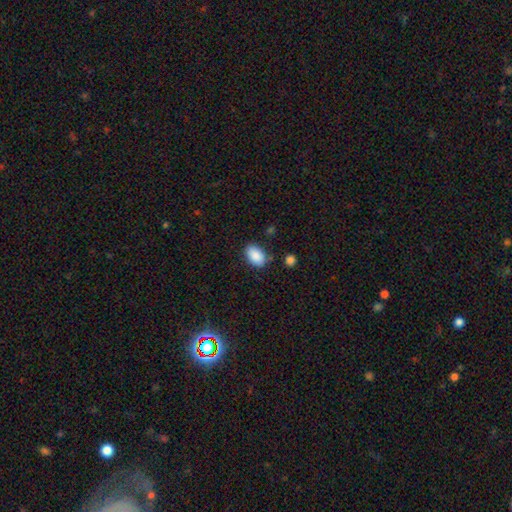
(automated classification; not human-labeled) A smooth galaxy with no disk features (89%) that is in between round and cigar-shaped (91%). Merging: none (81%).